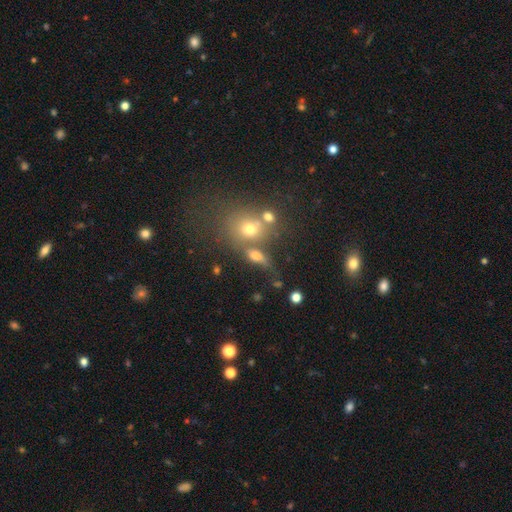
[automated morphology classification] Smooth or featured? Predicted: smooth (p=0.65). How rounded? Predicted: in between (p=0.62). Merging? Predicted: none (p=0.44).